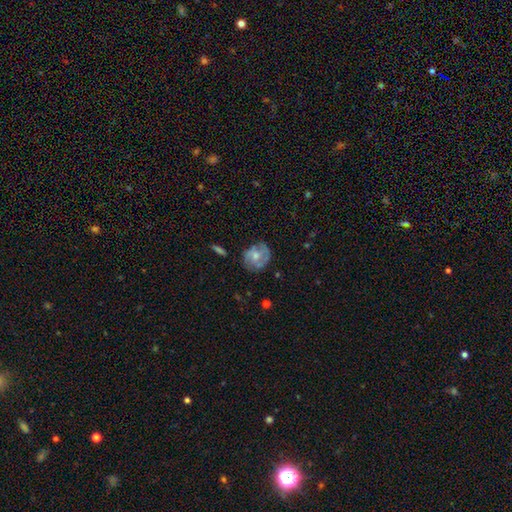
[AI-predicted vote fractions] Q: Smooth or featured?
A: featured or disk (63%); runner-up: smooth (30%)
Q: Edge-on disk?
A: no (97%); runner-up: yes (3%)
Q: Bar?
A: no (63%); runner-up: weak (32%)
Q: Spiral arms?
A: yes (79%); runner-up: no (21%)
Q: Bulge size?
A: moderate (55%); runner-up: small (31%)
Q: Merging?
A: none (69%); runner-up: minor disturbance (21%)